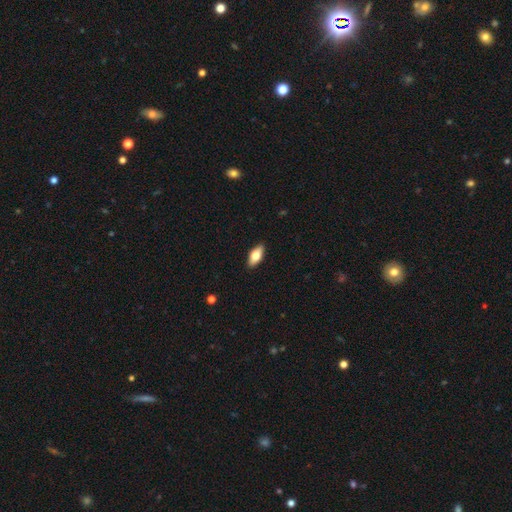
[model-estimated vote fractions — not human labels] This appears to be a smooth galaxy with no disk features (72%) that is in between round and cigar-shaped (85%). Merging: none (89%).